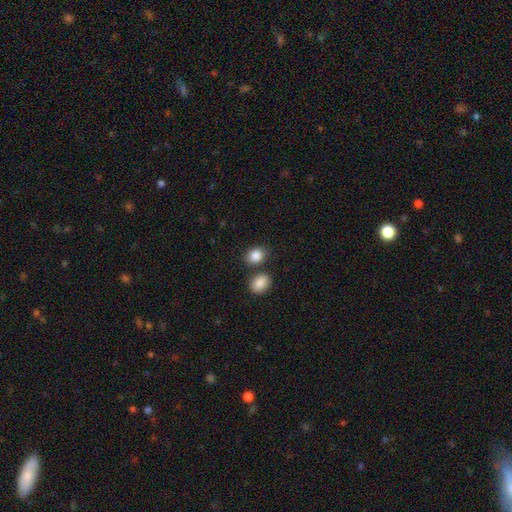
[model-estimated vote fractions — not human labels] Overall: smooth (86%). How rounded: in between (56%; round 43%). Merging: none (71%).